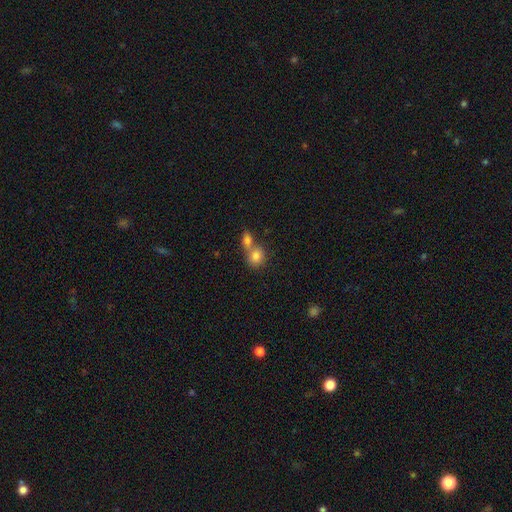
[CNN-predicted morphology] The model was most divided on "merging": merger: 55%, none: 35%, minor disturbance: 8%, major disturbance: 3%. More confident: smooth or featured — smooth (81%); how rounded — round (66%).